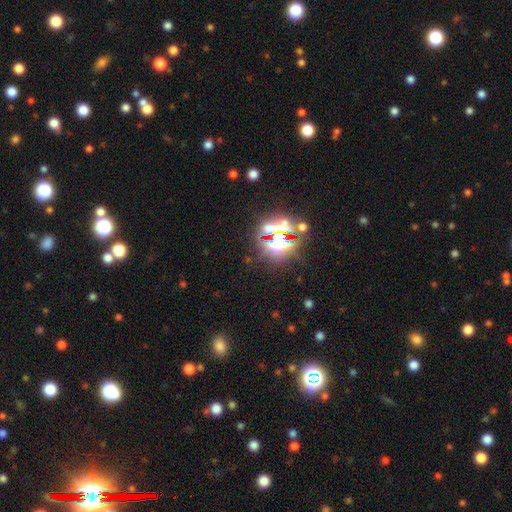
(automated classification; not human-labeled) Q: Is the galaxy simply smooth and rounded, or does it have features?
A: star or artifact — 79%.